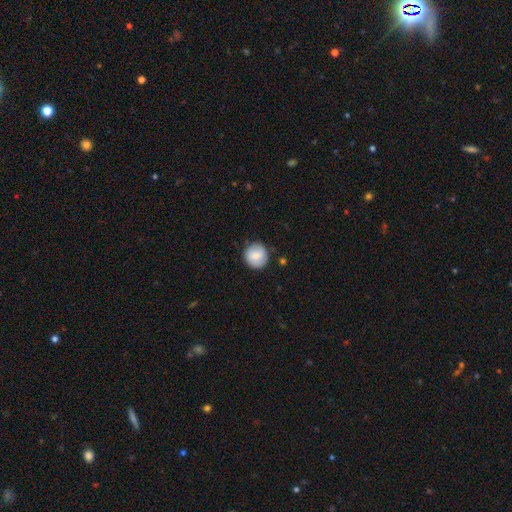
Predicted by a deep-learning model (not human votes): Smooth or featured?
  - smooth: 80% *
  - featured or disk: 14%
  - star or artifact: 7%
How rounded?
  - round: 93% *
  - in between: 6%
  - cigar-shaped: 1%
Merging?
  - none: 84% *
  - minor disturbance: 11%
  - major disturbance: 3%
  - merger: 2%